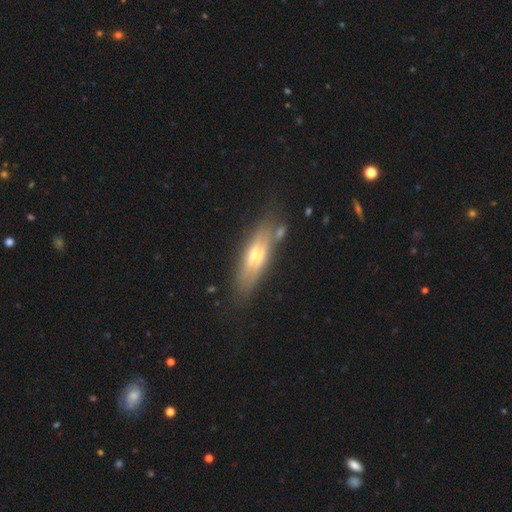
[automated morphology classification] This appears to be a featured or disk galaxy (63%) viewed edge-on (83%) with a rounded central bulge (87%). Merging: none (76%).